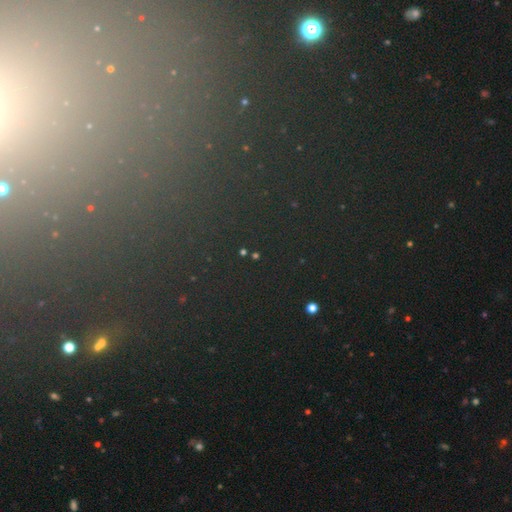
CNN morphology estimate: The model was most divided on "smooth or featured": star or artifact: 78%, smooth: 13%, featured or disk: 9%.